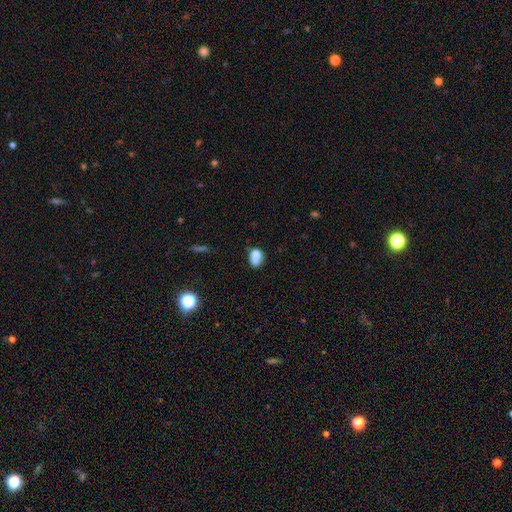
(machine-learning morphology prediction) A smooth galaxy with no disk features (76%) that is in between round and cigar-shaped (70%).

Vote fractions:
- Smooth or featured? smooth: 76% / featured or disk: 14% / star or artifact: 11%
- How rounded? in between: 70% / round: 29% / cigar-shaped: 2%
- Merging? none: 38% / minor disturbance: 30% / merger: 17% / major disturbance: 15%